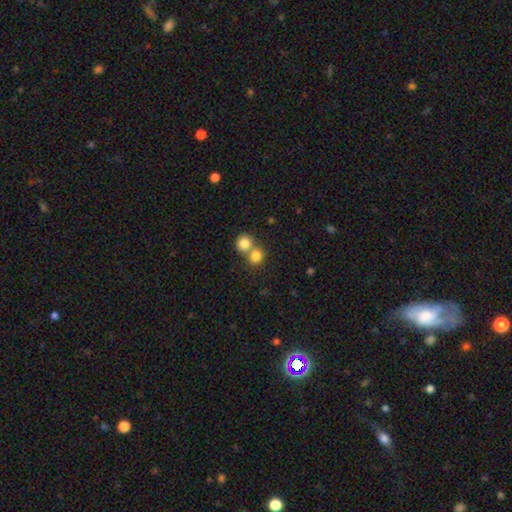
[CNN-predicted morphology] Smooth or featured? smooth (81%)
How rounded? round (81%)
Merging? merger (49%)